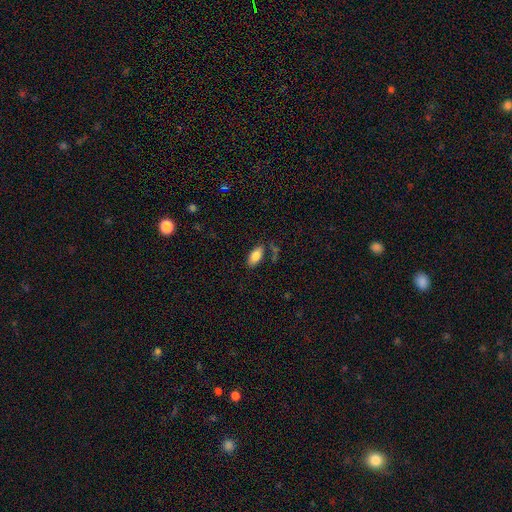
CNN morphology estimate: This is clearly a smooth galaxy (85%). How rounded: clearly in between (93%). Merging: likely none (74%).